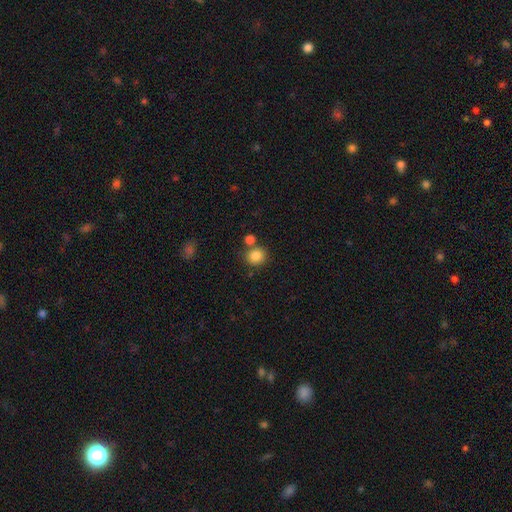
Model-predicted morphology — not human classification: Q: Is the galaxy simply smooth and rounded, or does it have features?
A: smooth — 84%.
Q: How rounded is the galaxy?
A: round — 81%.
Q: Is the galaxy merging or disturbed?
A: none — 70%.